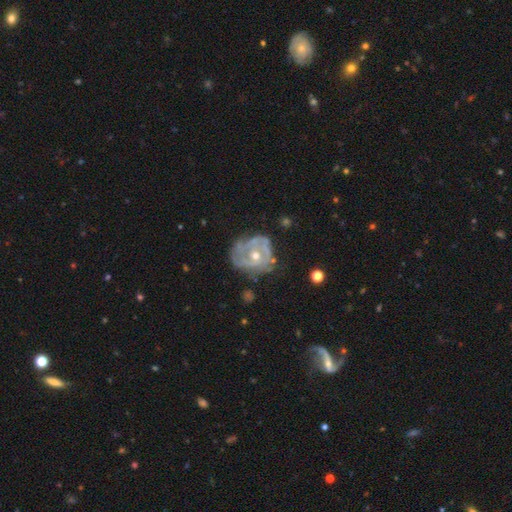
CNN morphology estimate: A featured or disk galaxy (78%) with no bar (76%), tight (56%) spiral arms (72%) and a moderate central bulge (56%).

Vote fractions:
- Smooth or featured? featured or disk: 78% / smooth: 15% / star or artifact: 8%
- Edge-on disk? no: 97% / yes: 3%
- Bar? no: 76% / weak: 19% / strong: 5%
- Spiral arms? yes: 72% / no: 28%
- Spiral winding? tight: 56% / medium: 31% / loose: 13%
- Spiral arm count? can't tell: 42% / 2: 25% / 3: 17% / 1: 7% / 4: 5% / more than 4: 4%
- Bulge size? moderate: 56% / small: 41% / large: 2% / none: 1% / dominant: 1%
- Merging? none: 54% / minor disturbance: 26% / major disturbance: 17% / merger: 3%